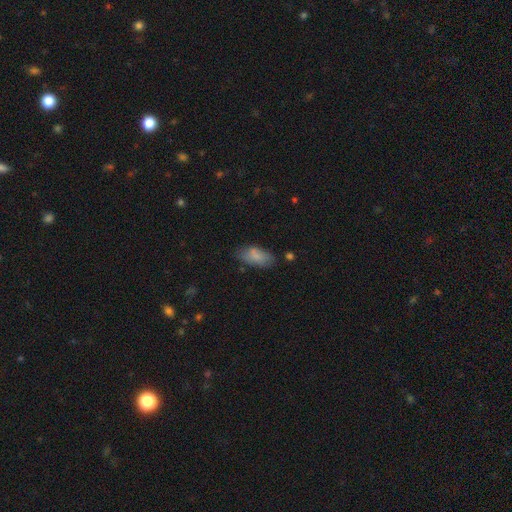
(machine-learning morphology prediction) A smooth galaxy with no disk features (83%) that is in between round and cigar-shaped (89%).

Vote fractions:
- Smooth or featured? smooth: 83% / featured or disk: 10% / star or artifact: 7%
- How rounded? in between: 89% / cigar-shaped: 8% / round: 3%
- Merging? none: 67% / minor disturbance: 23% / major disturbance: 6% / merger: 3%